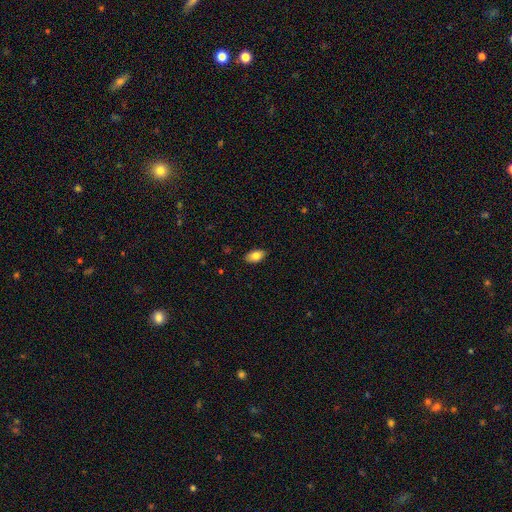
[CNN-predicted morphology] Smooth or featured? Predicted: smooth (p=0.83). How rounded? Predicted: in between (p=0.93). Merging? Predicted: none (p=0.88).